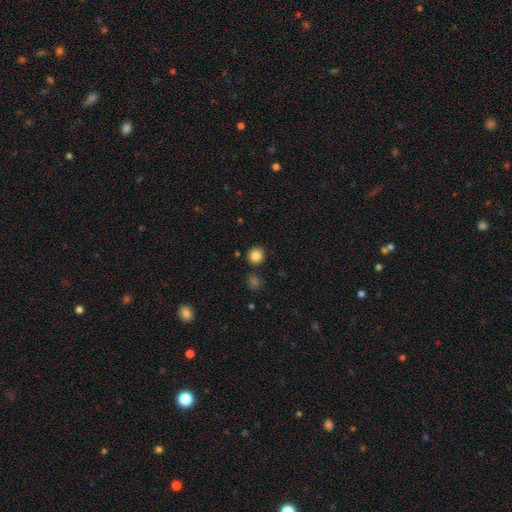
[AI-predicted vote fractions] Morphology: type=smooth (85%); roundness=round (91%); merging=none (88%).